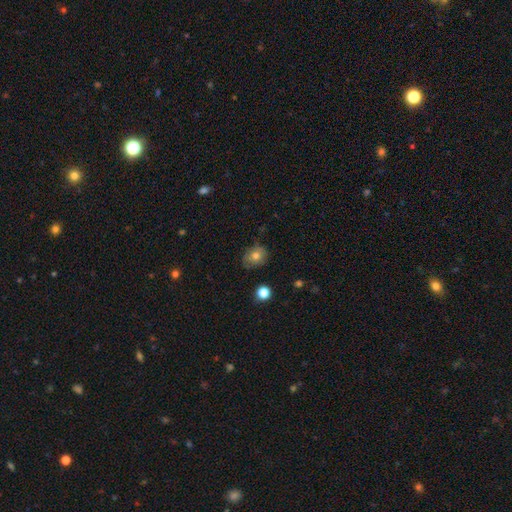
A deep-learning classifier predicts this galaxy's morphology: smooth-or-featured: smooth: 75% | featured or disk: 15% | star or artifact: 11%
  how-rounded: round: 53% | in between: 46% | cigar-shaped: 1%
  merging: none: 73% | minor disturbance: 21% | major disturbance: 4% | merger: 2%